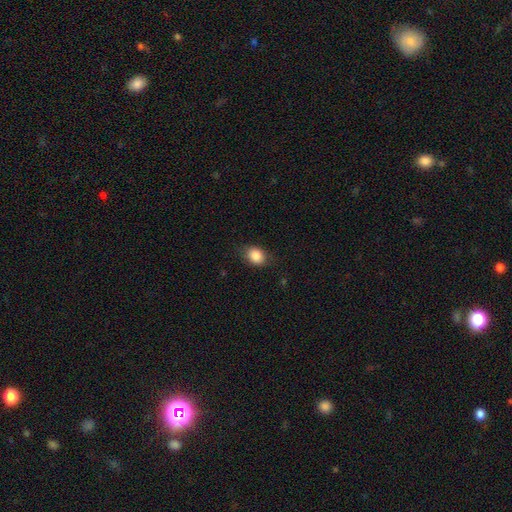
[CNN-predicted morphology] type=smooth (86%); roundness=in between (57%); merging=none (77%).